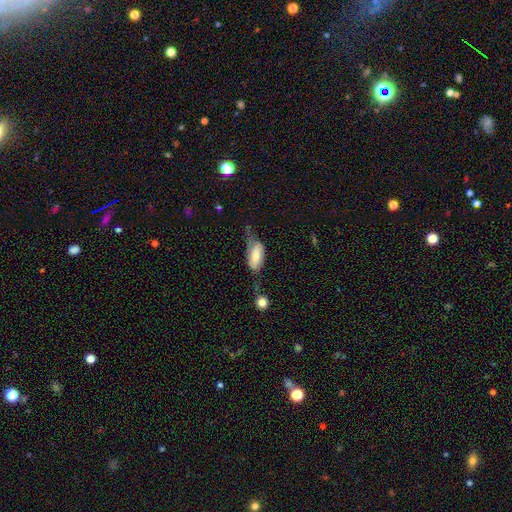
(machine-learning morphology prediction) smooth_or_featured: smooth (p=0.61) [alt: featured or disk p=0.32]
how_rounded: in between (p=0.88) [alt: cigar-shaped p=0.09]
merging: minor disturbance (p=0.34) [alt: major disturbance p=0.31]